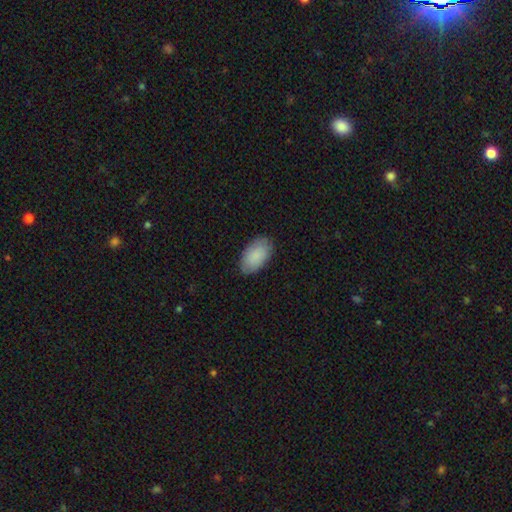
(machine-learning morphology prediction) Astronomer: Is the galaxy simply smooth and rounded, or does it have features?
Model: smooth — 88%.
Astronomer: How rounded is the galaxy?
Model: in between — 96%.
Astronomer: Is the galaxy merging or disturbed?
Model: none — 84%.